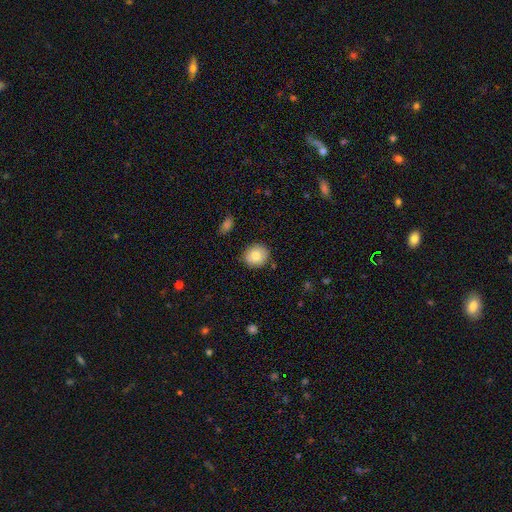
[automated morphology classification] Smooth or featured?
  - smooth: 82% *
  - featured or disk: 10%
  - star or artifact: 8%
How rounded?
  - round: 82% *
  - in between: 17%
  - cigar-shaped: 1%
Merging?
  - none: 87% *
  - minor disturbance: 10%
  - major disturbance: 2%
  - merger: 2%